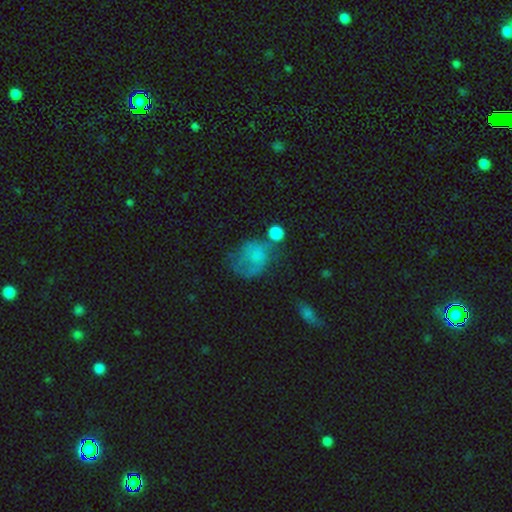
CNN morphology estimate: Smooth or featured?
  - smooth: 64% *
  - featured or disk: 24%
  - star or artifact: 13%
How rounded?
  - round: 61% *
  - in between: 38%
  - cigar-shaped: 1%
Merging?
  - none: 36% *
  - major disturbance: 29%
  - minor disturbance: 26%
  - merger: 10%